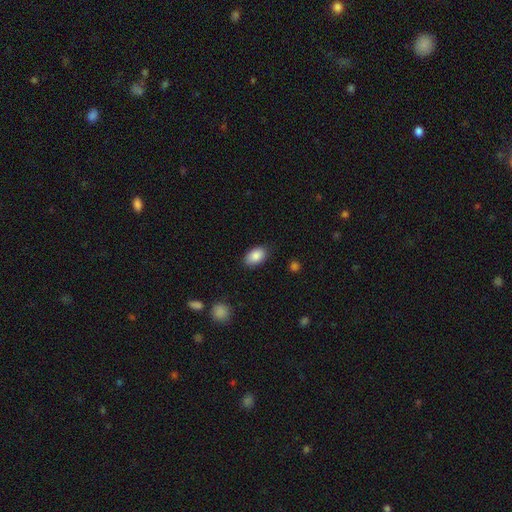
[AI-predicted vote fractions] A smooth galaxy with no disk features (87%) that is in between round and cigar-shaped (90%). Merging: none (84%).